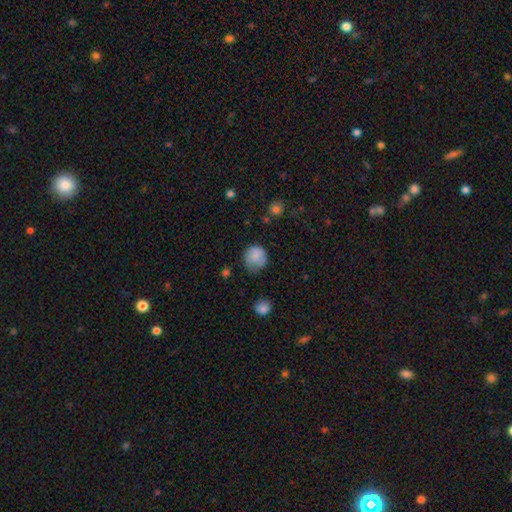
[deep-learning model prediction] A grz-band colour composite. It shows a smooth galaxy with no disk features (83%) that is round (86%). Merging: none (62%).